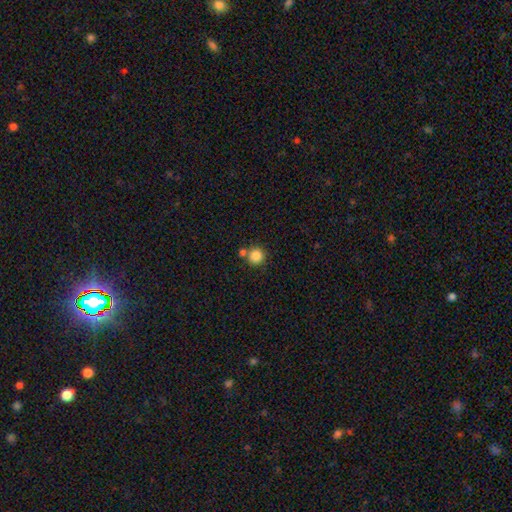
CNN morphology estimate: Smooth or featured? smooth (85%)
How rounded? round (93%)
Merging? none (69%)